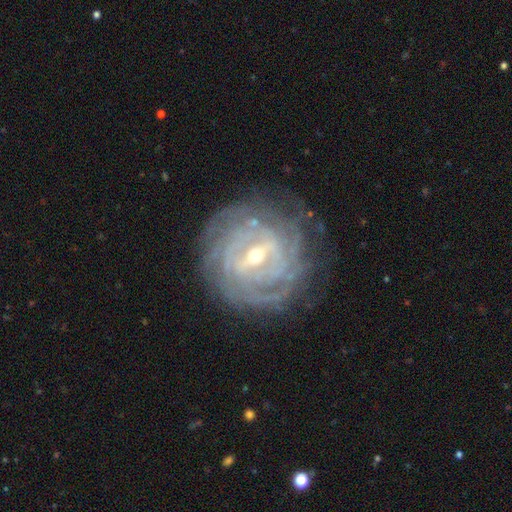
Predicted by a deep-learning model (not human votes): Smooth or featured? Predicted: featured or disk (p=0.89). Edge-on disk? Predicted: no (p=0.96). Bar? Predicted: strong (p=0.49). Spiral arms? Predicted: yes (p=0.95). Spiral winding? Predicted: tight (p=0.81). Spiral arm count? Predicted: can't tell (p=0.35). Bulge size? Predicted: small (p=0.51). Merging? Predicted: none (p=0.80).